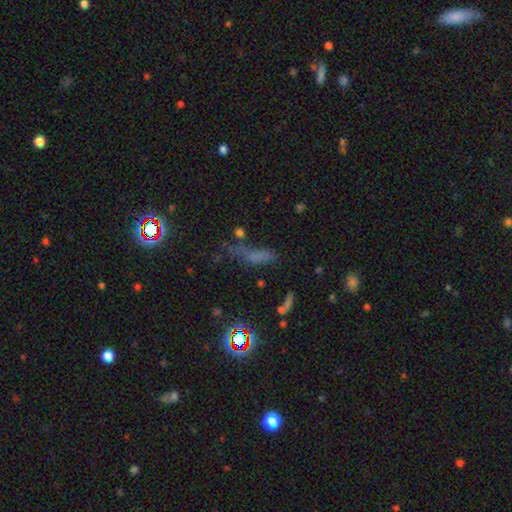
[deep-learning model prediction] smooth 49%, star or artifact 31%, featured or disk 19%. Down the decision tree: merging — none (48%).